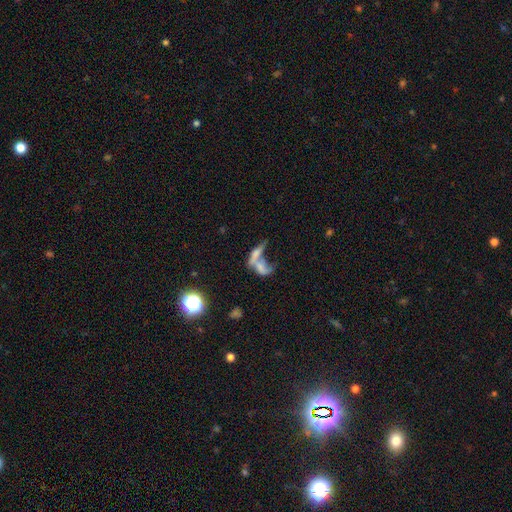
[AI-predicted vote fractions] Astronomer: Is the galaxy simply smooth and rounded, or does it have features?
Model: smooth — 45% (runner-up: featured or disk, 38%).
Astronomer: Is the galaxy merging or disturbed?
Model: merger — 65%.